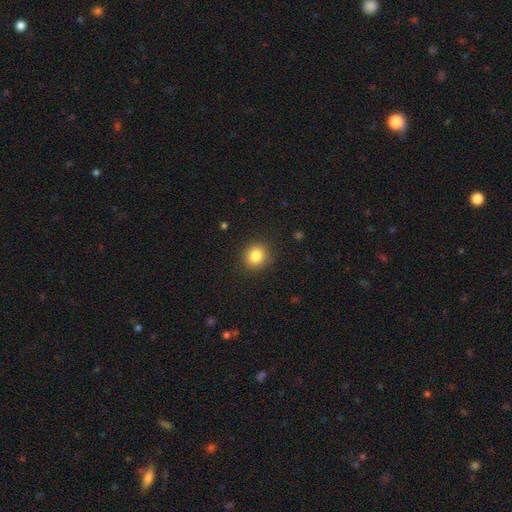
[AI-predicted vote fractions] Smooth or featured? Predicted: smooth (p=0.84). How rounded? Predicted: round (p=0.87). Merging? Predicted: none (p=0.89).